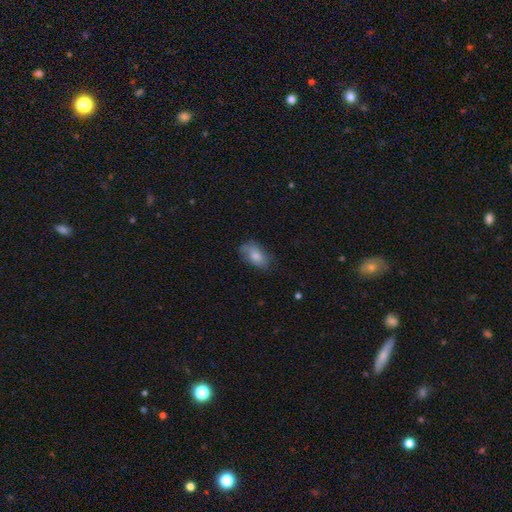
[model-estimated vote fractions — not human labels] A smooth galaxy with no disk features (77%) that is in between round and cigar-shaped (91%). Merging: none (63%).